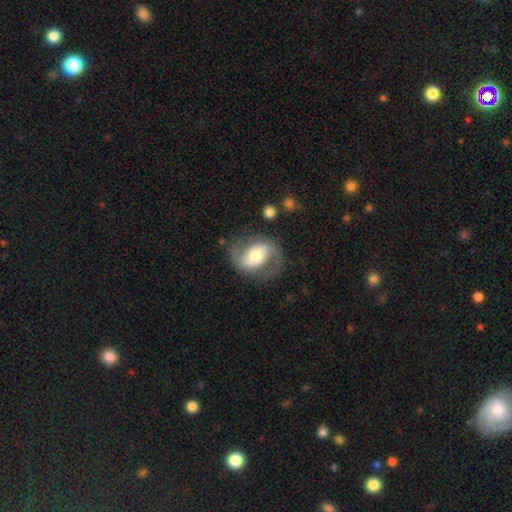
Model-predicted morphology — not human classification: smooth_or_featured: featured or disk (p=0.76) [alt: smooth p=0.19]
disk_edge_on: no (p=0.97) [alt: yes p=0.03]
bar: weak (p=0.37) [alt: strong p=0.35]
has_spiral_arms: yes (p=0.87) [alt: no p=0.13]
spiral_winding: medium (p=0.50) [alt: loose p=0.34]
spiral_arm_count: 2 (p=0.91) [alt: can't tell p=0.04]
bulge_size: moderate (p=0.60) [alt: large p=0.21]
merging: none (p=0.75) [alt: minor disturbance p=0.14]